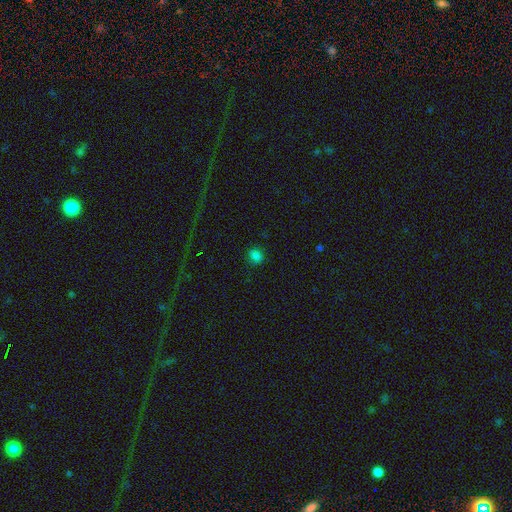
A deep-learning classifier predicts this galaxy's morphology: smooth-or-featured: smooth: 80% | star or artifact: 17% | featured or disk: 3%
  how-rounded: round: 77% | in between: 22% | cigar-shaped: 1%
  merging: none: 88% | minor disturbance: 8% | major disturbance: 3% | merger: 1%